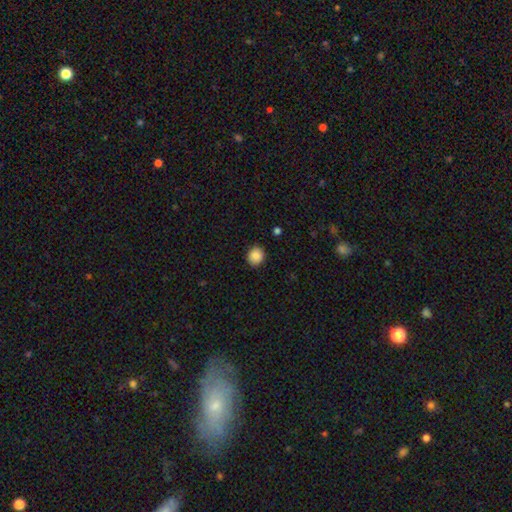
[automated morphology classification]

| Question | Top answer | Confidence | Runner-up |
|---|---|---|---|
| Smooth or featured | smooth | 88% | star or artifact (9%) |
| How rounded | round | 81% | in between (18%) |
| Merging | none | 90% | minor disturbance (7%) |